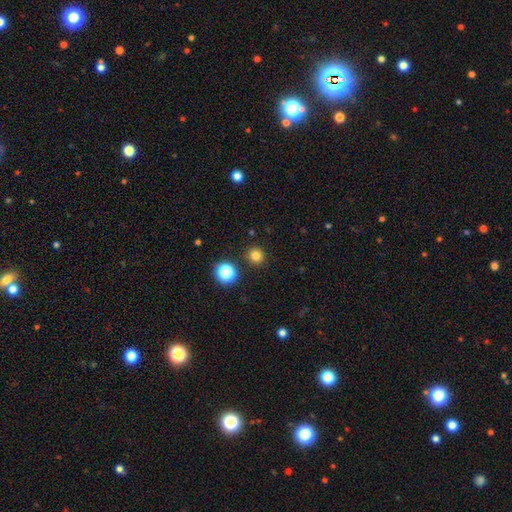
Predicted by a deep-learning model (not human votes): This is likely a smooth galaxy (79%). How rounded: clearly round (94%). Merging: clearly none (91%).